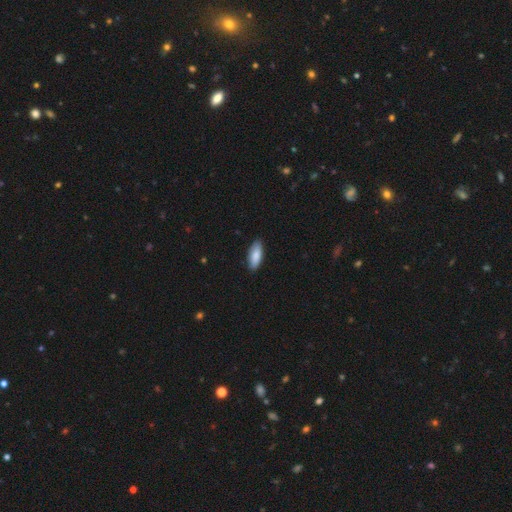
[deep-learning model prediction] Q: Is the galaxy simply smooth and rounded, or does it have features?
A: smooth — 86%.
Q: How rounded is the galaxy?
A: in between — 78%.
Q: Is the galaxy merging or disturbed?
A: none — 87%.